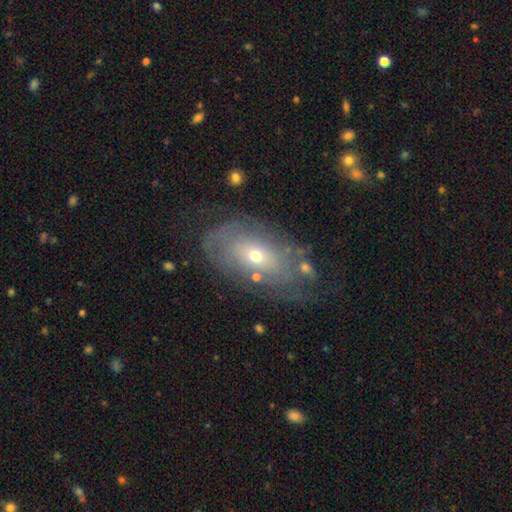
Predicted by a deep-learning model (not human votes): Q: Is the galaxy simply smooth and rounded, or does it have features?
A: featured or disk — 55%.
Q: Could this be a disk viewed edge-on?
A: no — 88%.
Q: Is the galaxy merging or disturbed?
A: none — 63%.